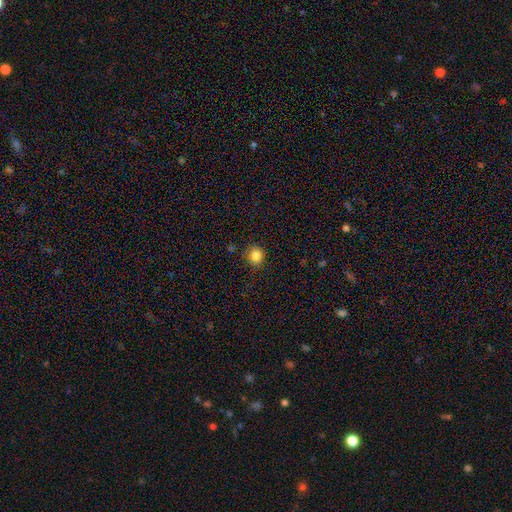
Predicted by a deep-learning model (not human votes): This appears to be a smooth galaxy with no disk features (85%) that is round (88%). Merging: none (87%).